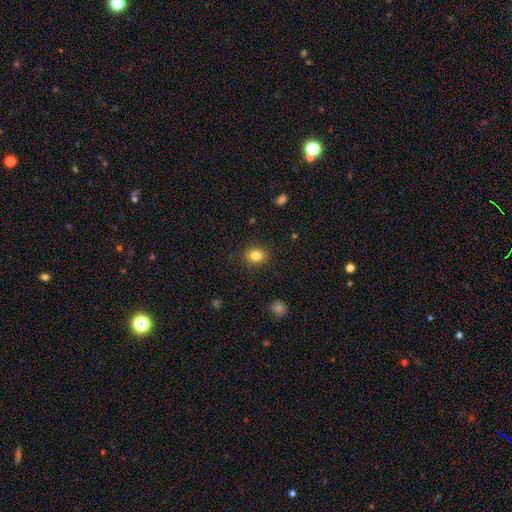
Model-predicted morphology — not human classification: This appears to be a smooth galaxy with no disk features (83%) that is round (70%). Merging: none (90%).